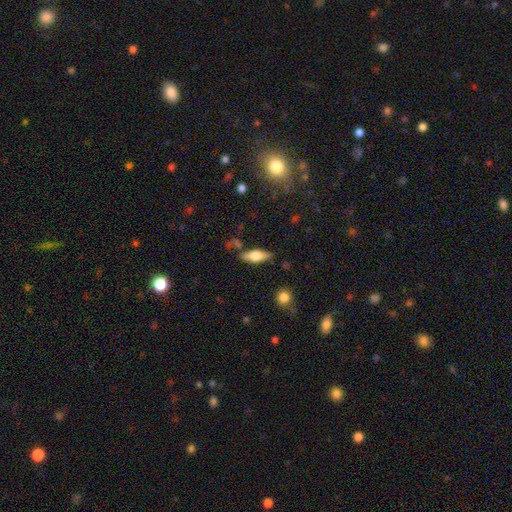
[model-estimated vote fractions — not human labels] This is possibly a featured or disk galaxy (48%). Merging: likely none (75%).